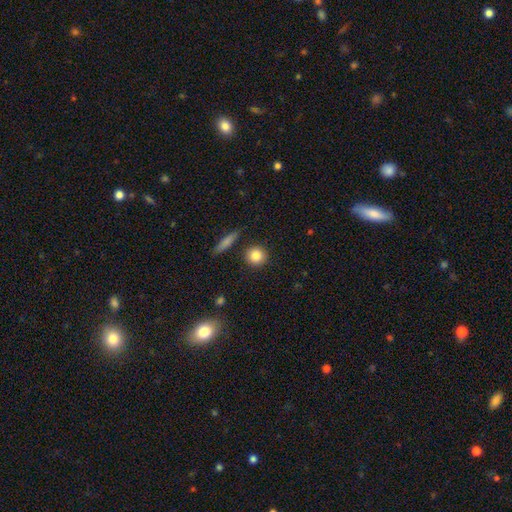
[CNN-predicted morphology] This appears to be a smooth galaxy with no disk features (84%) that is round (89%). Merging: none (88%).